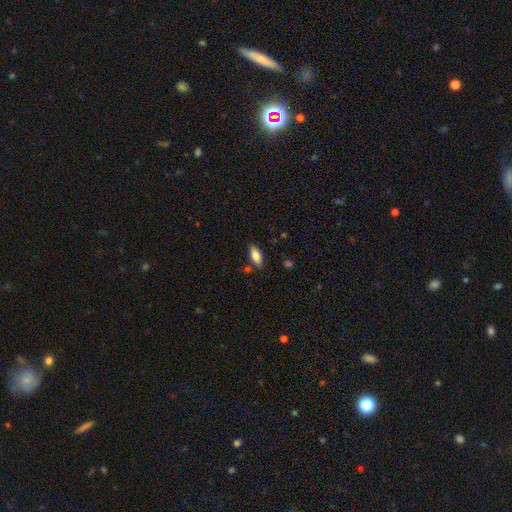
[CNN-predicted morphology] This appears to be a smooth galaxy with no disk features (84%) that is in between round and cigar-shaped (87%). Merging: none (81%).